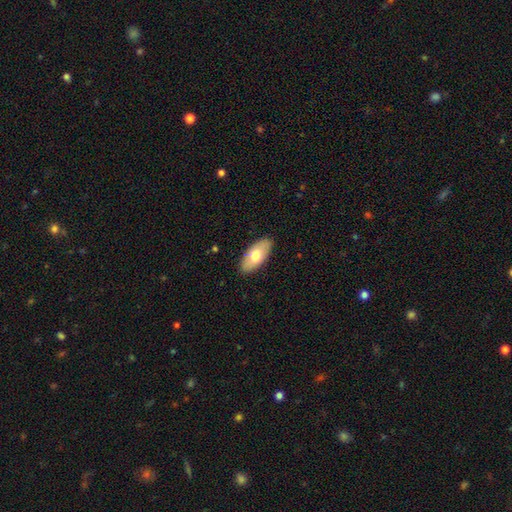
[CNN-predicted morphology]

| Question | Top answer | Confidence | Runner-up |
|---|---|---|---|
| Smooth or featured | smooth | 69% | featured or disk (25%) |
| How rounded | in between | 91% | cigar-shaped (7%) |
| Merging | none | 88% | minor disturbance (9%) |